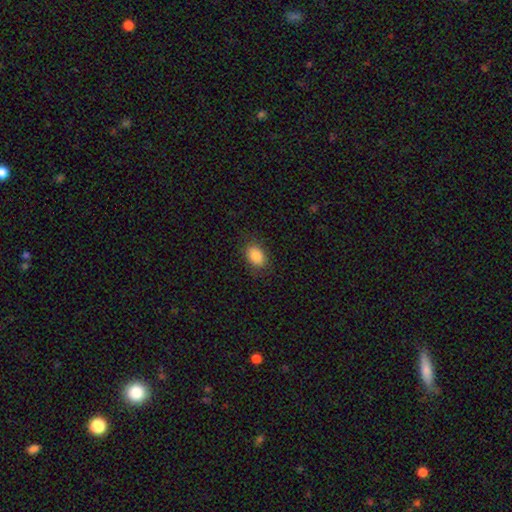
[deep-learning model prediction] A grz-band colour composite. It shows a smooth galaxy with no disk features (86%) that is in between round and cigar-shaped (78%). Merging: none (84%).